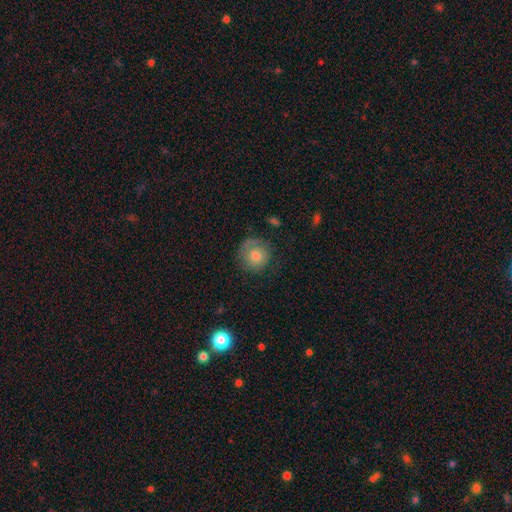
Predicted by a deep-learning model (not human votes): The model was most divided on "smooth or featured": smooth: 65%, featured or disk: 26%, star or artifact: 9%. More confident: how rounded — round (90%); merging — none (70%).